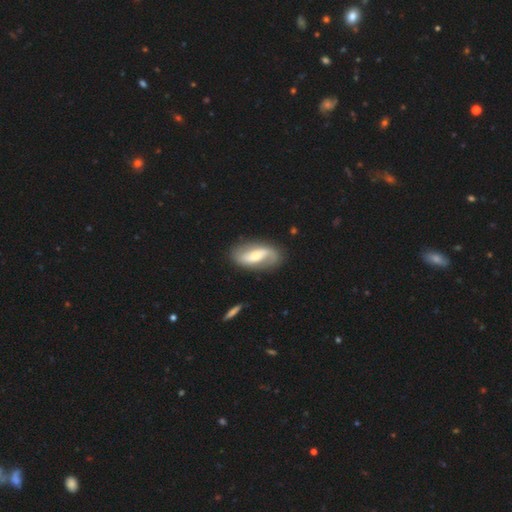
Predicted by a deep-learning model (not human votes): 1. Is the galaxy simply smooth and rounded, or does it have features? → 76% featured or disk, 19% smooth, 5% star or artifact.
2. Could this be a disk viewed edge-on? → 94% no, 6% yes.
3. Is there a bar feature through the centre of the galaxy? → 37% weak, 33% strong, 30% no.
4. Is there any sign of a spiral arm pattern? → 90% yes, 10% no.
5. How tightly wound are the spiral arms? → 62% loose, 27% medium, 11% tight.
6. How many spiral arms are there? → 87% 2, 6% 1, 4% can't tell, 1% 3, 1% 4, 1% more than 4.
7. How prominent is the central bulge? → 57% moderate, 34% small, 6% large, 2% none, 1% dominant.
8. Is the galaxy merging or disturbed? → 81% none, 13% minor disturbance, 5% major disturbance, 2% merger.